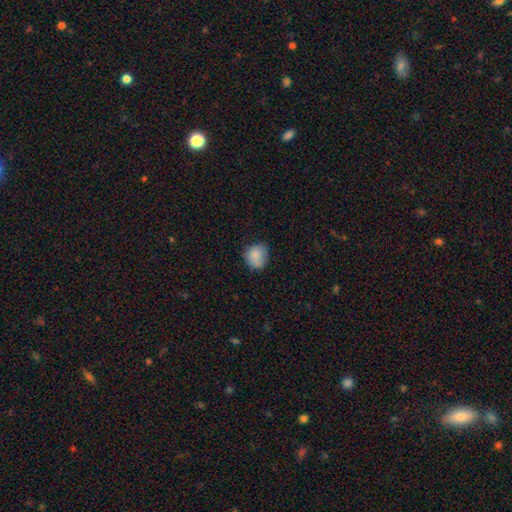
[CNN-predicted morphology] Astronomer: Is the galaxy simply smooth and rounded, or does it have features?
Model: smooth — 84%.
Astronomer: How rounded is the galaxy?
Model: round — 79%.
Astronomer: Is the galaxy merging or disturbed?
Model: none — 71%.